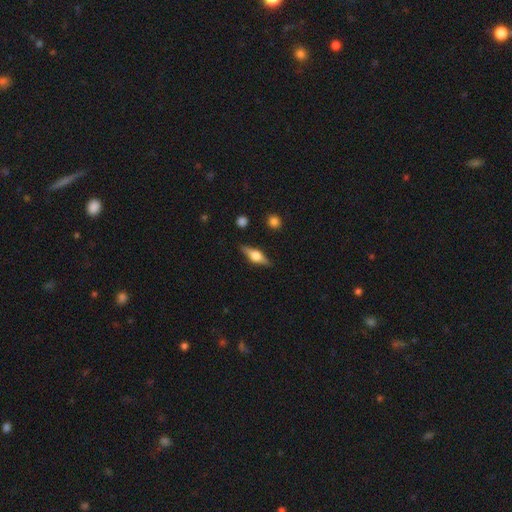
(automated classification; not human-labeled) smooth-or-featured: featured or disk: 67% | smooth: 26% | star or artifact: 7%
  disk-edge-on: yes: 96% | no: 4%
    edge-on-bulge: rounded: 90% | boxy: 8% | none: 1%
  merging: none: 87% | minor disturbance: 9% | major disturbance: 2% | merger: 2%